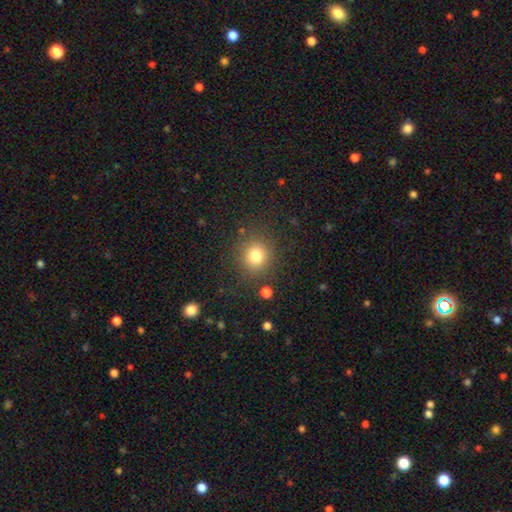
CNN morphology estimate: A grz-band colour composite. It shows a smooth galaxy with no disk features (79%) that is round (90%). Merging: none (85%).